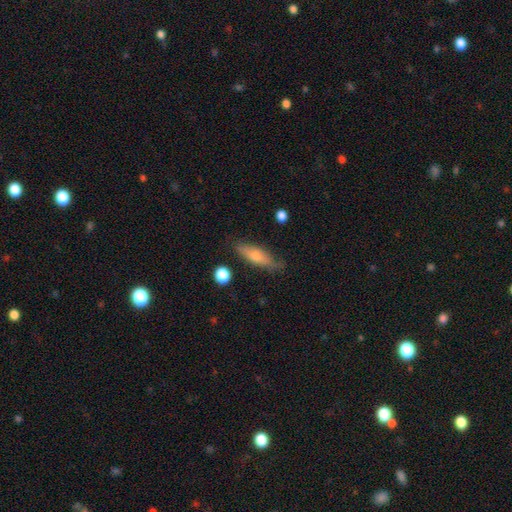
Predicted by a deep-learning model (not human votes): smooth_or_featured: smooth (p=0.57) [alt: featured or disk p=0.36]
how_rounded: cigar-shaped (p=0.68) [alt: in between p=0.30]
merging: none (p=0.80) [alt: minor disturbance p=0.15]